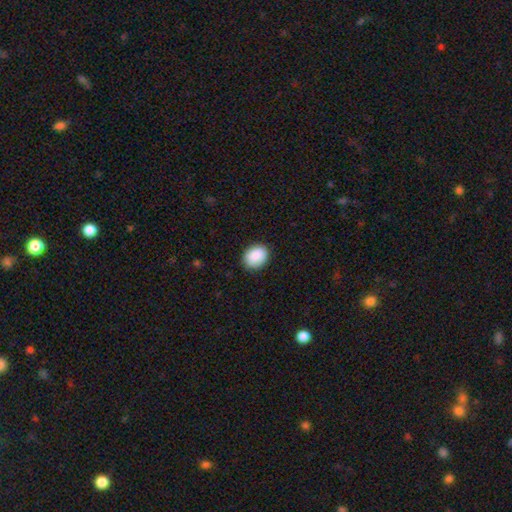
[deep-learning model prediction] Smooth or featured? Predicted: smooth (p=0.90). How rounded? Predicted: in between (p=0.60). Merging? Predicted: none (p=0.87).